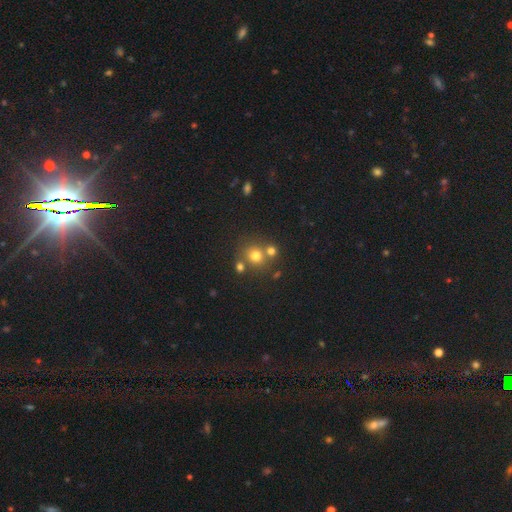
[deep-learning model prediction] Smooth or featured: smooth — 72% (star or artifact — 17%)
How rounded: round — 86% (in between — 13%)
Merging: none — 62% (merger — 26%)